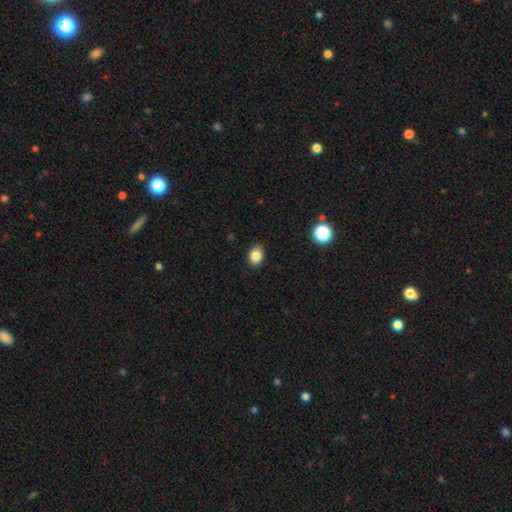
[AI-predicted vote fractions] smooth 84%, star or artifact 10%, featured or disk 6%. Down the decision tree: how rounded — in between (70%); merging — none (90%).